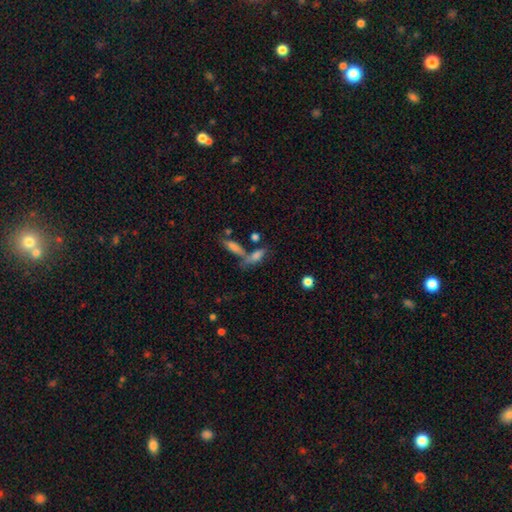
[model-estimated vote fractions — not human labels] Smooth or featured? Predicted: smooth (p=0.69). How rounded? Predicted: in between (p=0.58). Merging? Predicted: none (p=0.42).